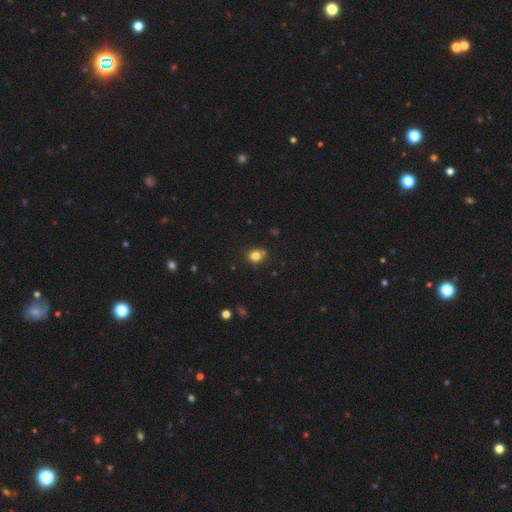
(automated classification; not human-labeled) Smooth or featured? Predicted: smooth (p=0.80). How rounded? Predicted: round (p=0.73). Merging? Predicted: none (p=0.69).